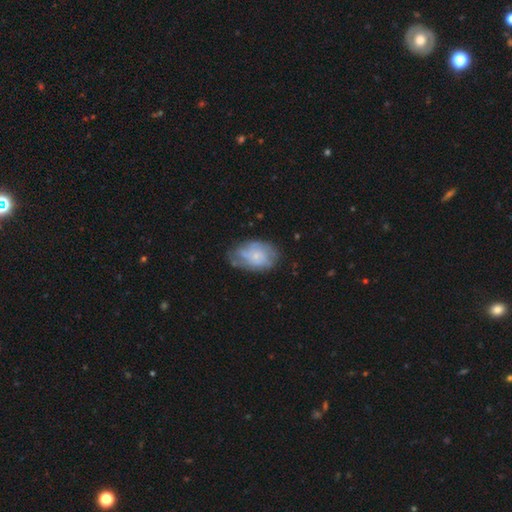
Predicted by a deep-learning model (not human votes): Smooth or featured? featured or disk (51%)
Edge-on disk? no (97%)
Merging? none (58%)